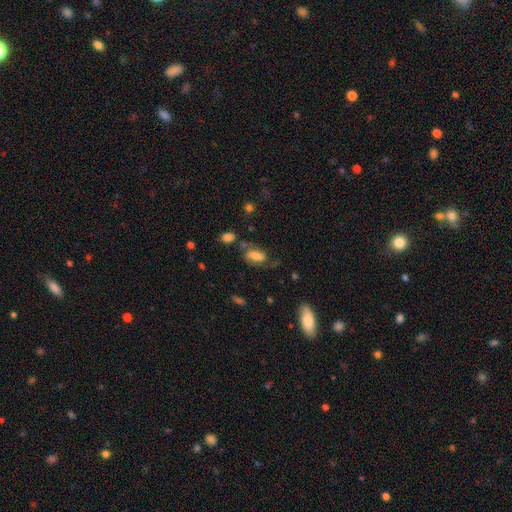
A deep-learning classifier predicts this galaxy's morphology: smooth 51%, featured or disk 38%, star or artifact 11%. Down the decision tree: how rounded — in between (86%); merging — none (46%).